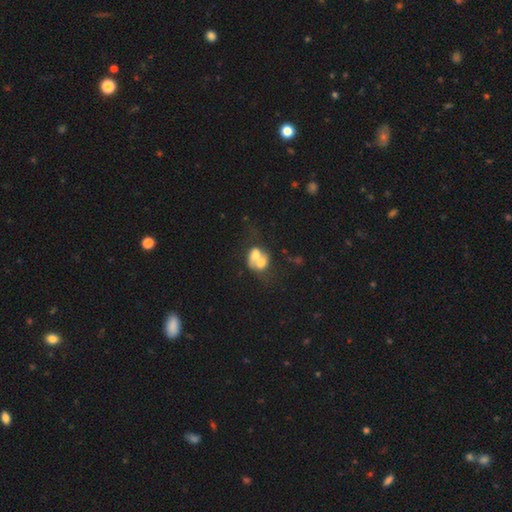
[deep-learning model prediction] A smooth galaxy with no disk features (52%) that is in between round and cigar-shaped (52%). Merging: merger (76%).